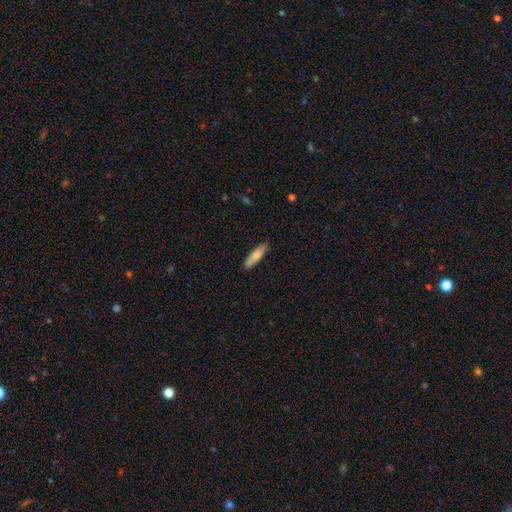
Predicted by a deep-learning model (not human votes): smooth_or_featured: smooth (p=0.73) [alt: featured or disk p=0.21]
how_rounded: cigar-shaped (p=0.75) [alt: in between p=0.23]
merging: none (p=0.87) [alt: minor disturbance p=0.10]